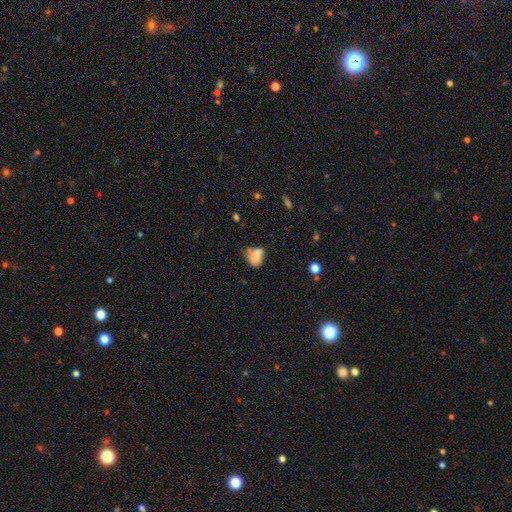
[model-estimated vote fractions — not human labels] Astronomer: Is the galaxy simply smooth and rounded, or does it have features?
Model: smooth — 70%.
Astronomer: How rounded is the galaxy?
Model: in between — 62%.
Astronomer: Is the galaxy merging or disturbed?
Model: none — 34% (runner-up: minor disturbance, 30%).